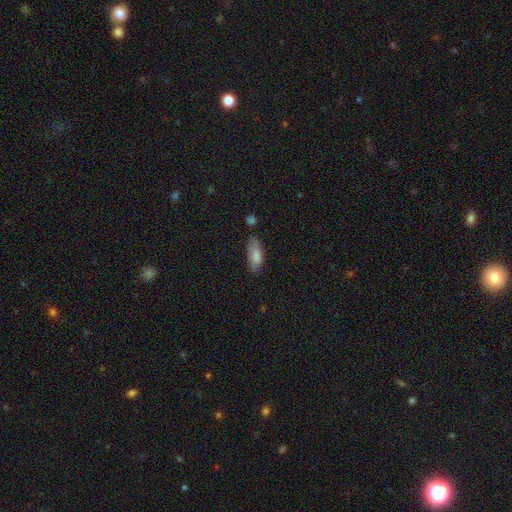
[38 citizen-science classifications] This appears to be a smooth galaxy with no disk features (89%) that is in between round and cigar-shaped (74%). Merging: none (58%).